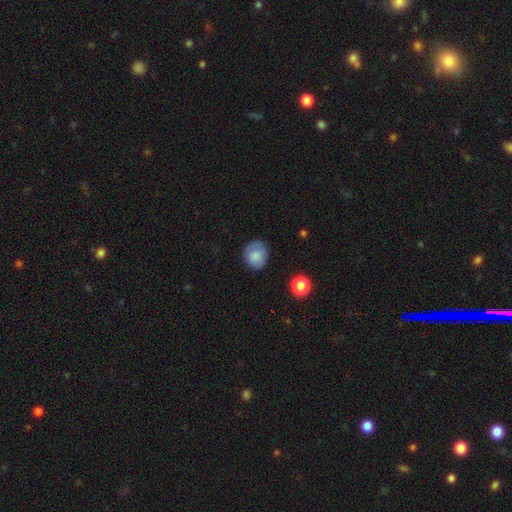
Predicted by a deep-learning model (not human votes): This appears to be a smooth galaxy with no disk features (81%) that is round (71%). Merging: none (71%).